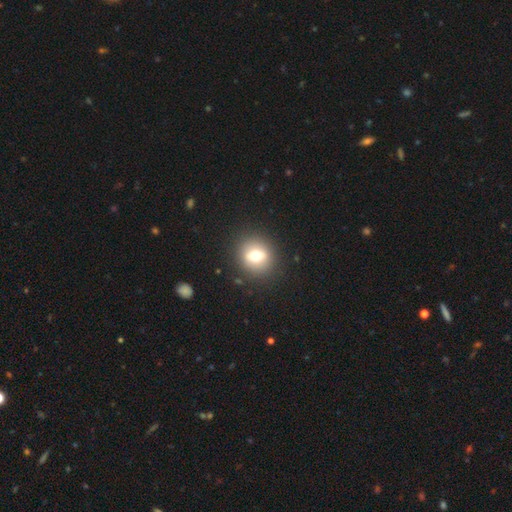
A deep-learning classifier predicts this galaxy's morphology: Smooth or featured? Predicted: smooth (p=0.68). How rounded? Predicted: round (p=0.82). Merging? Predicted: none (p=0.88).